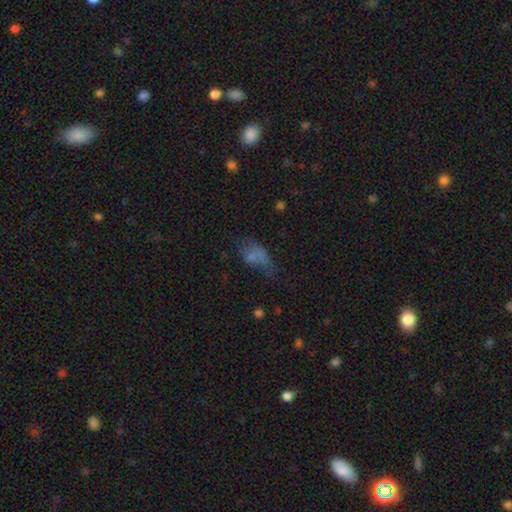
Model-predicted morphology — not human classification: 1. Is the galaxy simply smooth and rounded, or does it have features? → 56% smooth, 26% featured or disk, 18% star or artifact.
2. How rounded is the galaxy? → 86% in between, 7% round, 6% cigar-shaped.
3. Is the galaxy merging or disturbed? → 33% major disturbance, 31% none, 25% minor disturbance, 11% merger.